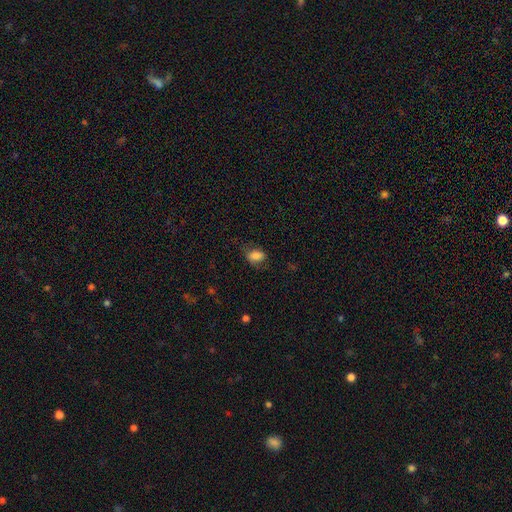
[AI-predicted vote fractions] Smooth or featured? Predicted: smooth (p=0.79). How rounded? Predicted: in between (p=0.77). Merging? Predicted: none (p=0.65).